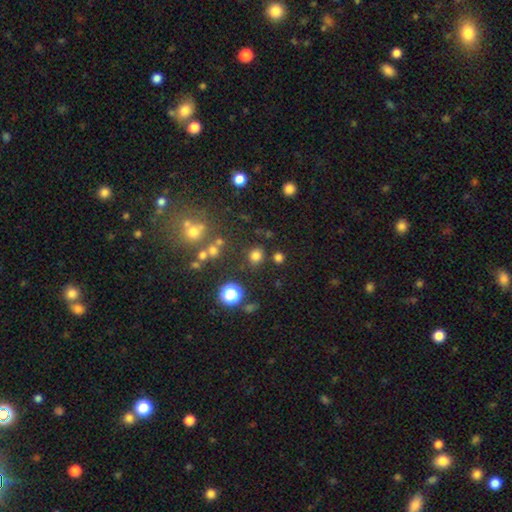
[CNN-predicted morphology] Smooth or featured?
  - smooth: 75% *
  - star or artifact: 20%
  - featured or disk: 6%
How rounded?
  - round: 82% *
  - in between: 17%
  - cigar-shaped: 1%
Merging?
  - none: 82% *
  - minor disturbance: 9%
  - merger: 5%
  - major disturbance: 4%